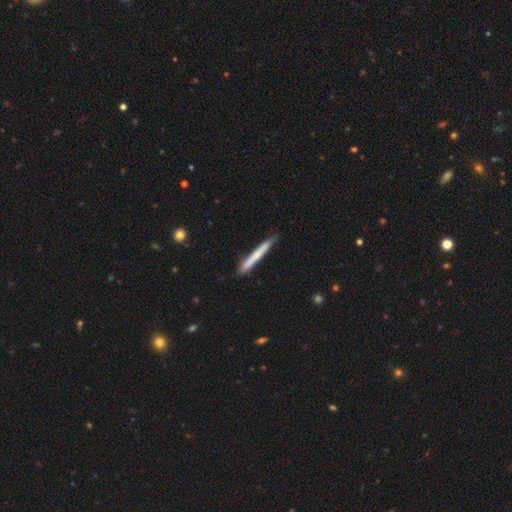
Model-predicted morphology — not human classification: Smooth or featured? Predicted: smooth (p=0.66). How rounded? Predicted: cigar-shaped (p=0.97). Merging? Predicted: none (p=0.82).